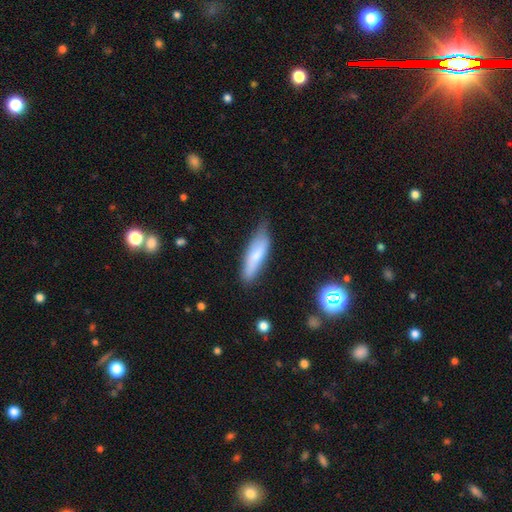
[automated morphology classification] A smooth galaxy with no disk features (69%) that is cigar-shaped (63%). Merging: none (67%).